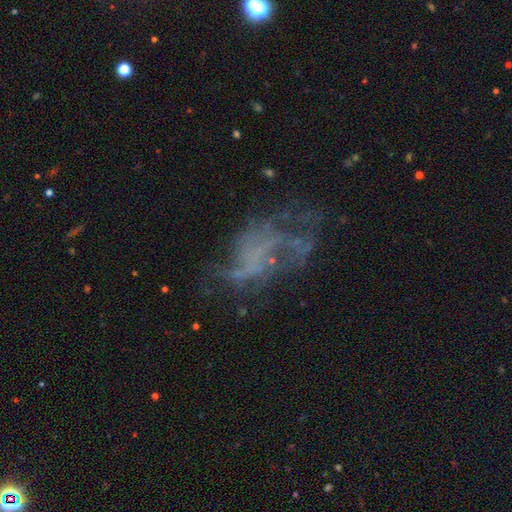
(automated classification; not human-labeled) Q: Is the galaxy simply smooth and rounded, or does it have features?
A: featured or disk — 60%.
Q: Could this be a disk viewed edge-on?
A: no — 97%.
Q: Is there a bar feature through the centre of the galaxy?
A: no — 84%.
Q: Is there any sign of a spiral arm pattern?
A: no — 58%.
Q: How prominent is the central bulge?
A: none — 84%.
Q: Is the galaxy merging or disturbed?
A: none — 43%.